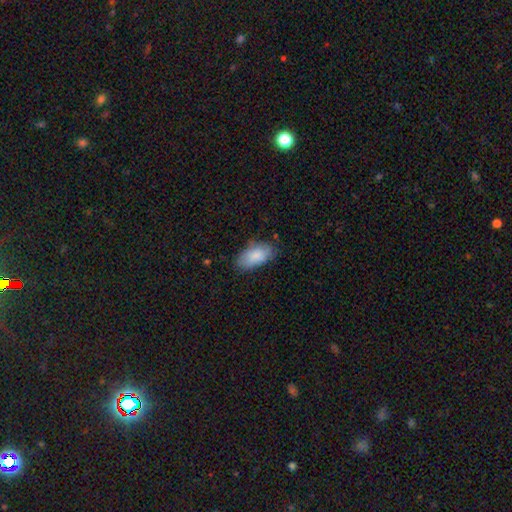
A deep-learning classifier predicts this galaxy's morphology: Smooth or featured?
  - smooth: 84% *
  - featured or disk: 9%
  - star or artifact: 6%
How rounded?
  - in between: 94% *
  - cigar-shaped: 3%
  - round: 3%
Merging?
  - none: 71% *
  - minor disturbance: 22%
  - major disturbance: 5%
  - merger: 2%